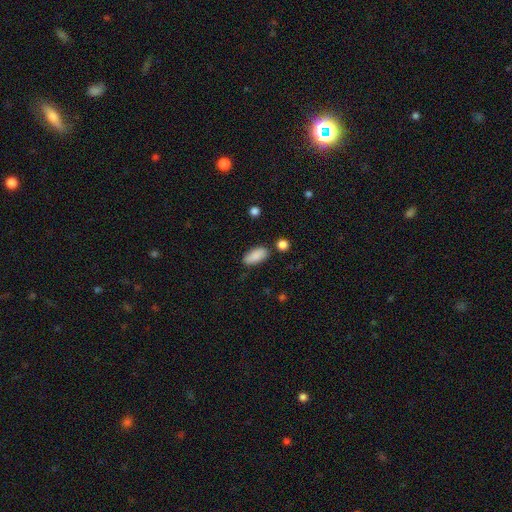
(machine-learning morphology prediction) Smooth or featured: smooth — 88% (star or artifact — 7%)
How rounded: in between — 88% (cigar-shaped — 10%)
Merging: none — 80% (minor disturbance — 13%)